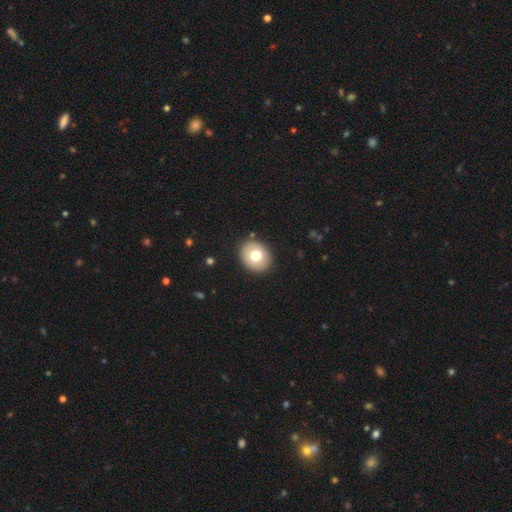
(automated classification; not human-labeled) Smooth or featured?
  - smooth: 72% *
  - featured or disk: 20%
  - star or artifact: 8%
How rounded?
  - round: 54% *
  - in between: 45%
  - cigar-shaped: 1%
Merging?
  - none: 89% *
  - minor disturbance: 8%
  - major disturbance: 2%
  - merger: 1%